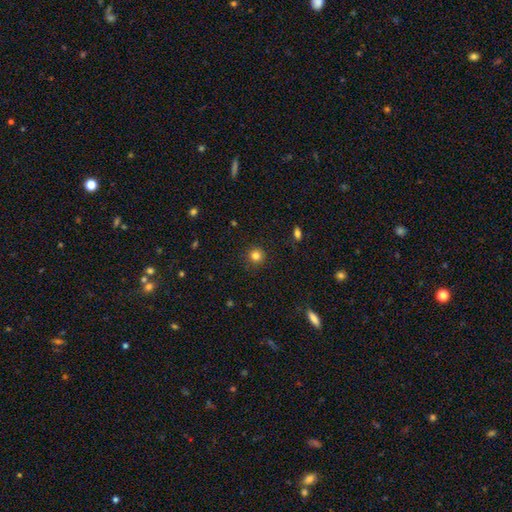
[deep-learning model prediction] smooth-or-featured: smooth: 82% | star or artifact: 13% | featured or disk: 5%
  how-rounded: round: 94% | in between: 5% | cigar-shaped: 1%
  merging: none: 91% | minor disturbance: 6% | major disturbance: 2% | merger: 1%